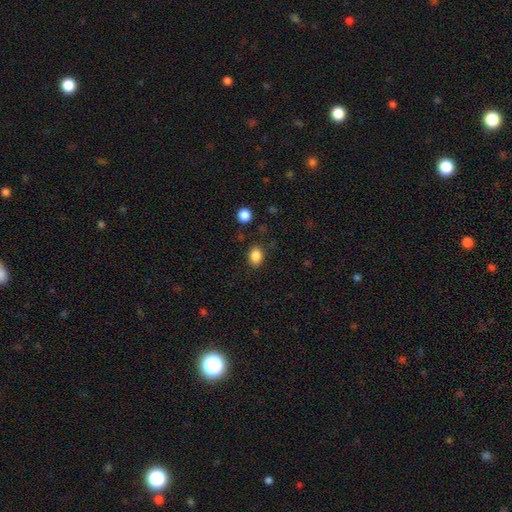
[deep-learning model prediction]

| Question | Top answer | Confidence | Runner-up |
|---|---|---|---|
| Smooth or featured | smooth | 86% | star or artifact (10%) |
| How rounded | in between | 60% | round (39%) |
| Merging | none | 83% | minor disturbance (11%) |